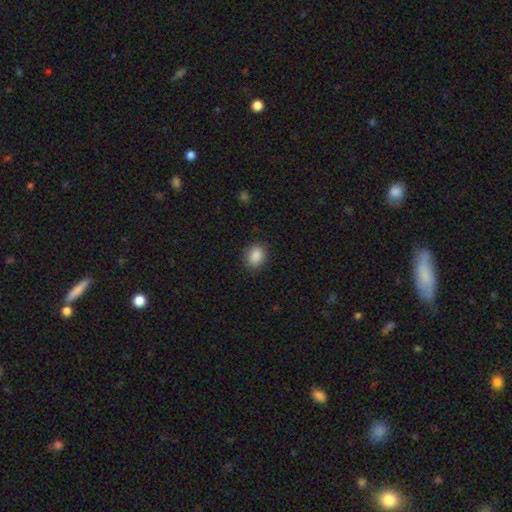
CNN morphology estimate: Q: Smooth or featured?
A: smooth (88%); runner-up: star or artifact (9%)
Q: How rounded?
A: in between (51%); runner-up: round (48%)
Q: Merging?
A: none (87%); runner-up: minor disturbance (9%)